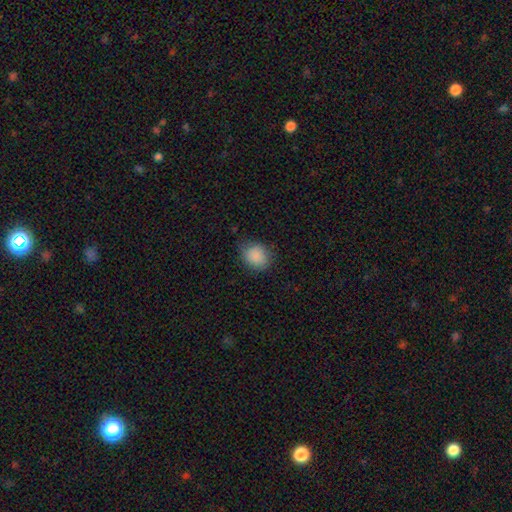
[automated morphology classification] smooth-or-featured: smooth: 88% | star or artifact: 8% | featured or disk: 4%
  how-rounded: round: 61% | in between: 38% | cigar-shaped: 1%
  merging: none: 75% | minor disturbance: 20% | major disturbance: 4% | merger: 1%